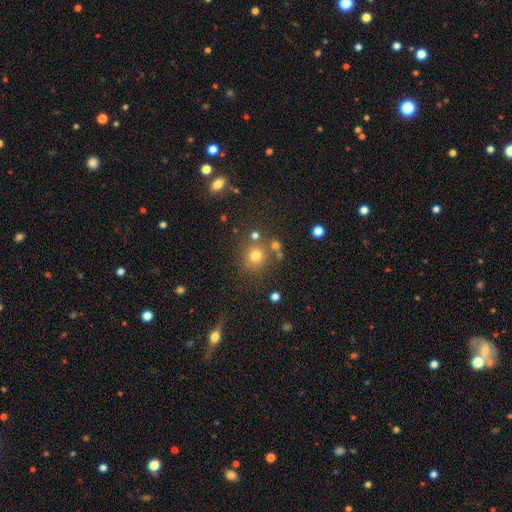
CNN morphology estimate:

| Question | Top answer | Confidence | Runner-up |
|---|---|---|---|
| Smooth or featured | smooth | 73% | star or artifact (18%) |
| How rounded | round | 89% | in between (10%) |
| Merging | none | 75% | merger (10%) |